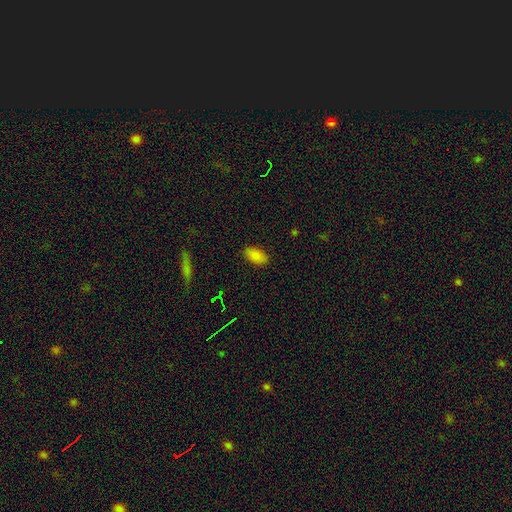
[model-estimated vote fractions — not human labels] This appears to be a smooth galaxy with no disk features (84%) that is in between round and cigar-shaped (93%). Merging: none (87%).